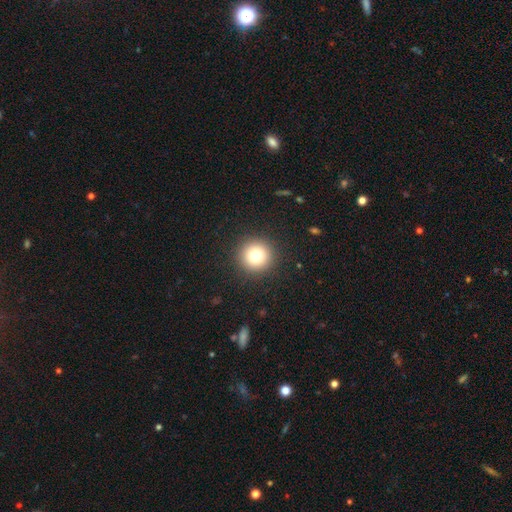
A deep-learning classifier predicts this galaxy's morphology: Smooth or featured? Predicted: smooth (p=0.78). How rounded? Predicted: round (p=0.95). Merging? Predicted: none (p=0.92).